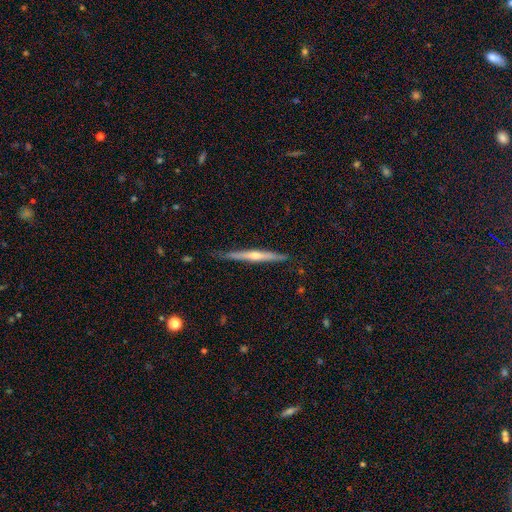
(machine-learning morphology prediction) A featured or disk galaxy (71%) viewed edge-on (97%) with a rounded central bulge (77%). Merging: none (83%).